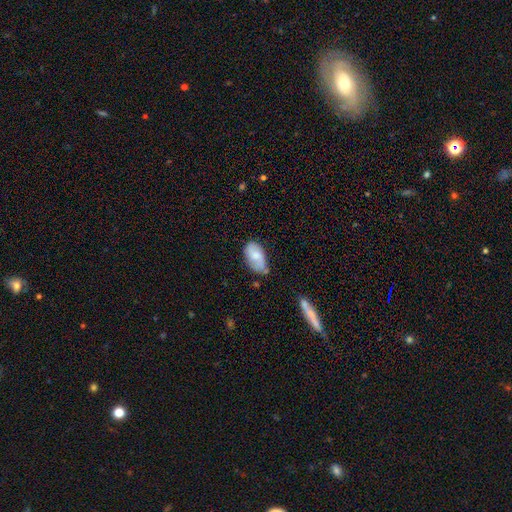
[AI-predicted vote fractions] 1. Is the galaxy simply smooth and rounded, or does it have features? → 63% smooth, 30% featured or disk, 7% star or artifact.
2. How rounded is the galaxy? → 93% in between, 5% round, 2% cigar-shaped.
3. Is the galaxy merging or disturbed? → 58% none, 31% minor disturbance, 6% major disturbance, 5% merger.